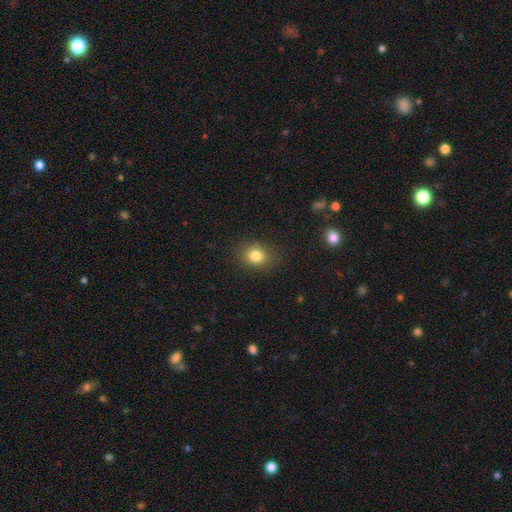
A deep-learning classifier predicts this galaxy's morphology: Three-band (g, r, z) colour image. It shows a smooth galaxy with no disk features (81%) that is round (54%). Merging: none (84%).